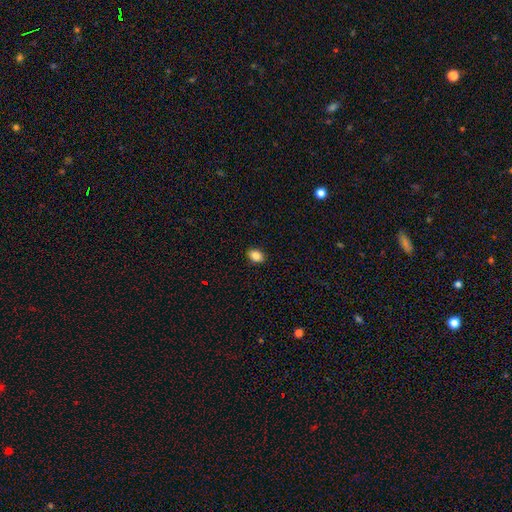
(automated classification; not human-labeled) The model was most divided on "how rounded": in between: 74%, round: 24%, cigar-shaped: 1%. More confident: merging — none (89%); smooth or featured — smooth (87%).